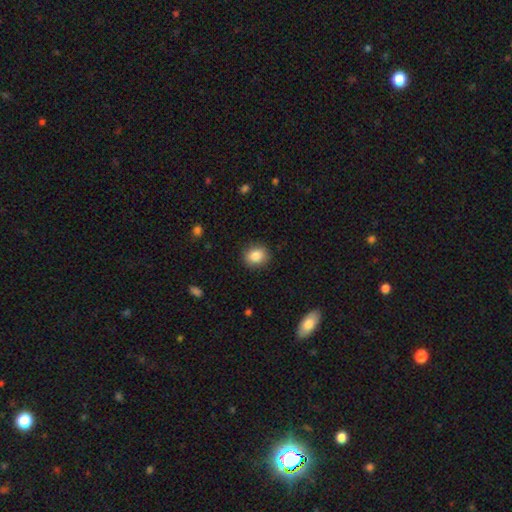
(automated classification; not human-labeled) A smooth galaxy with no disk features (85%) that is round (67%). Merging: none (89%).